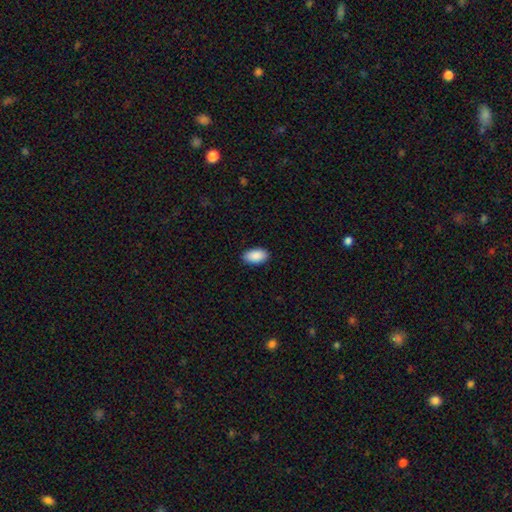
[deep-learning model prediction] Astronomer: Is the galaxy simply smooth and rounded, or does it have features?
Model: smooth — 91%.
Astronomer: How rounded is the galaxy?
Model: in between — 95%.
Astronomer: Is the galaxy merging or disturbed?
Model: none — 89%.